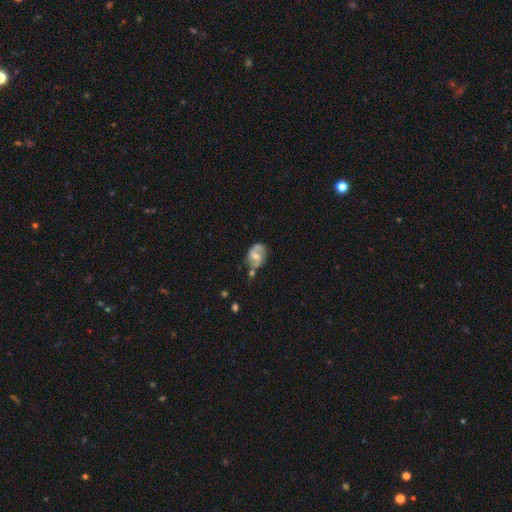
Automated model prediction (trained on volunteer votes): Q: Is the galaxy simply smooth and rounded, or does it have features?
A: featured or disk — 59%.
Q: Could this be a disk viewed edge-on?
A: no — 97%.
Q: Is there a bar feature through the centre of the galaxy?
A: no — 50%.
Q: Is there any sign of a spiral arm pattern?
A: yes — 72%.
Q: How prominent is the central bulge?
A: moderate — 60%.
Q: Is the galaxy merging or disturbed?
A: none — 46%.